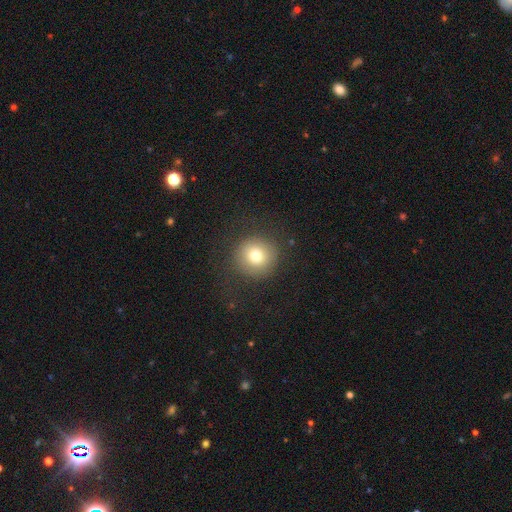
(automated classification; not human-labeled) Morphology: type=smooth (75%); roundness=round (94%); merging=none (85%).